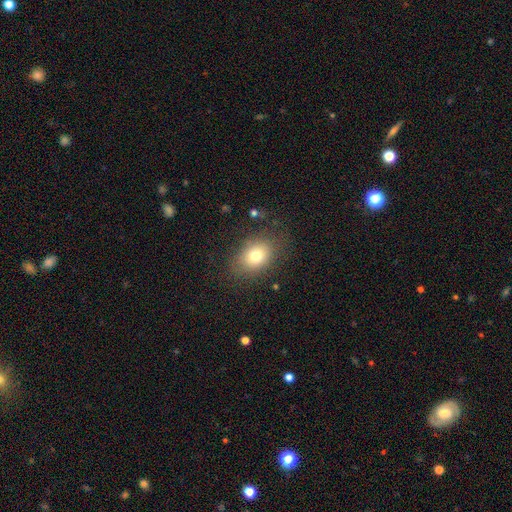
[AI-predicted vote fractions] Smooth or featured?
  - smooth: 76% *
  - featured or disk: 13%
  - star or artifact: 11%
How rounded?
  - in between: 68% *
  - round: 31%
  - cigar-shaped: 1%
Merging?
  - none: 78% *
  - minor disturbance: 14%
  - major disturbance: 6%
  - merger: 1%